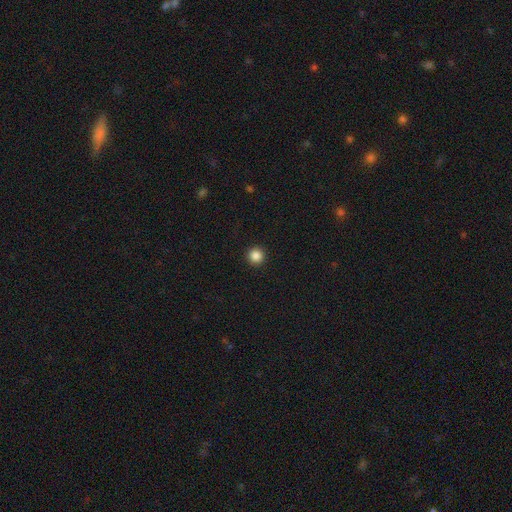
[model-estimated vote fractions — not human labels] smooth-or-featured: smooth: 86% | star or artifact: 11% | featured or disk: 3%
  how-rounded: round: 96% | in between: 3% | cigar-shaped: 1%
  merging: none: 94% | minor disturbance: 4% | major disturbance: 1% | merger: 1%